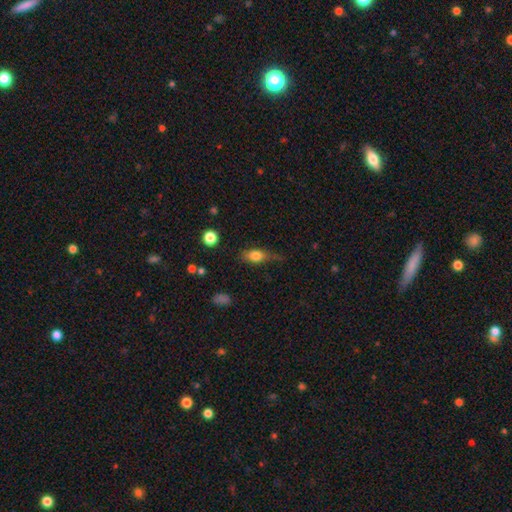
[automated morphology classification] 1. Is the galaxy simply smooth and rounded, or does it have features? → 72% smooth, 19% featured or disk, 9% star or artifact.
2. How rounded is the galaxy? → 73% in between, 16% cigar-shaped, 11% round.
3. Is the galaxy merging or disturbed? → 48% none, 34% minor disturbance, 15% major disturbance, 3% merger.